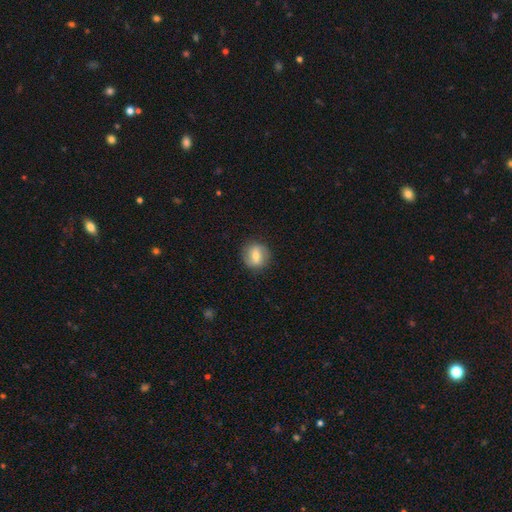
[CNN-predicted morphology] This appears to be a smooth galaxy with no disk features (55%) that is round (83%). Merging: none (86%).